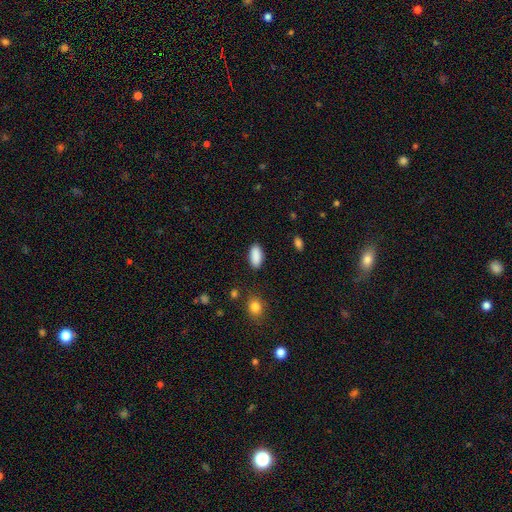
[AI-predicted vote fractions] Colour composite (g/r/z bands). It shows a smooth galaxy with no disk features (90%) that is in between round and cigar-shaped (90%). Merging: none (87%).